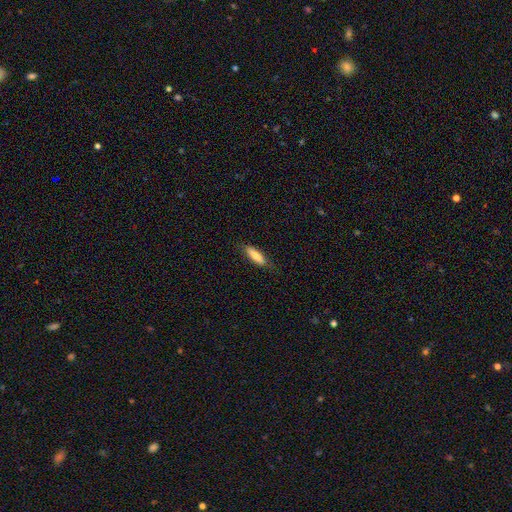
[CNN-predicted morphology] This is likely a smooth galaxy (76%). How rounded: likely cigar-shaped (60%). Merging: clearly none (81%).